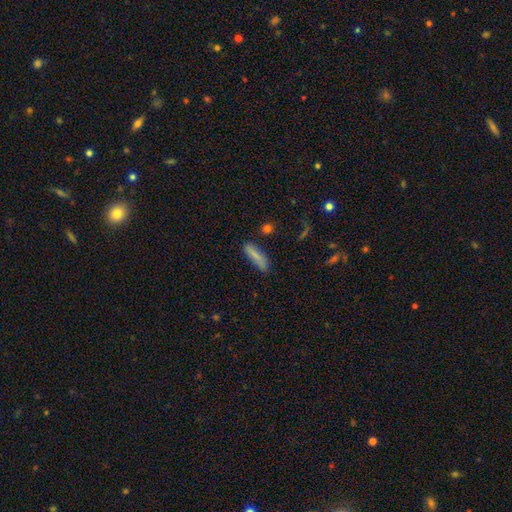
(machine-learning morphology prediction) smooth-or-featured: smooth: 82% | featured or disk: 10% | star or artifact: 7%
  how-rounded: cigar-shaped: 70% | in between: 28% | round: 2%
  merging: none: 73% | minor disturbance: 19% | major disturbance: 5% | merger: 3%